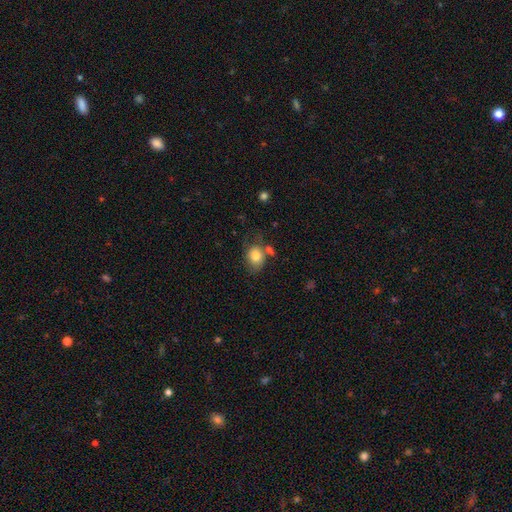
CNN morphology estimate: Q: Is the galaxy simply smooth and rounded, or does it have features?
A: smooth — 80%.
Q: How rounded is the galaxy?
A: in between — 54%.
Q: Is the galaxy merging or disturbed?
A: none — 55%.